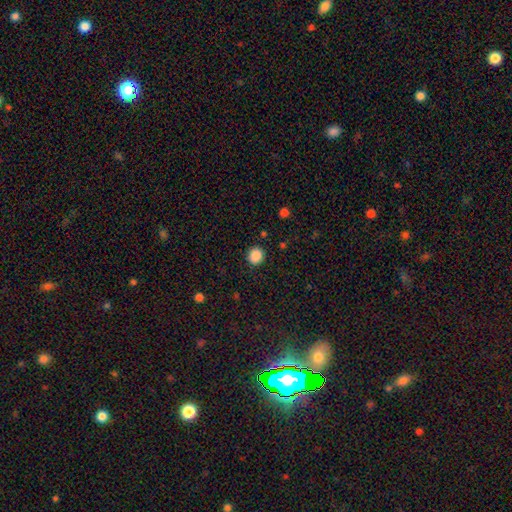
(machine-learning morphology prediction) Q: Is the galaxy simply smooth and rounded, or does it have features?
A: smooth — 87%.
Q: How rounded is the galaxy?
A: round — 80%.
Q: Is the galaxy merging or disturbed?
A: none — 90%.